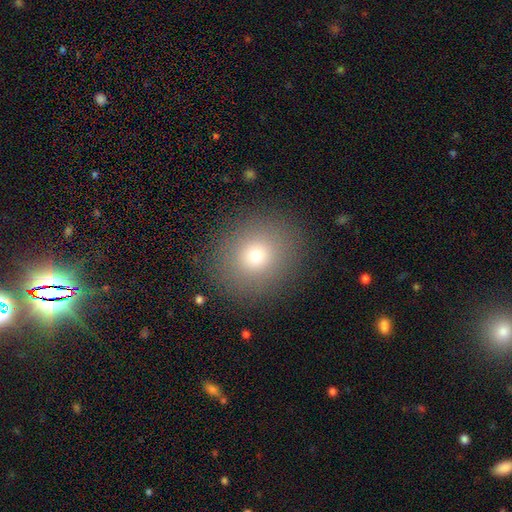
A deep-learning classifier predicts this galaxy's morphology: This appears to be a smooth galaxy with no disk features (73%) that is round (77%). Merging: none (87%).